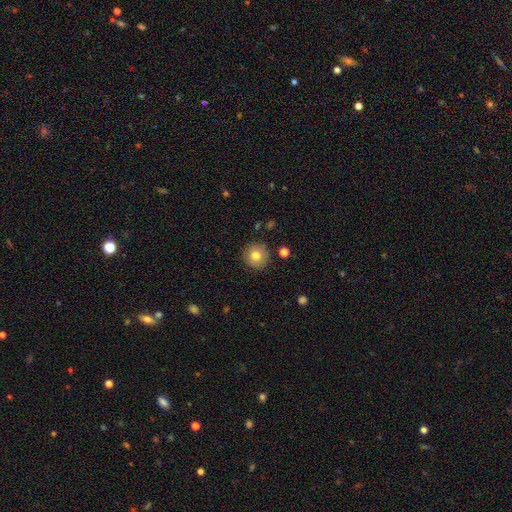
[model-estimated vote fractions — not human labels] smooth_or_featured: smooth (p=0.79) [alt: featured or disk p=0.11]
how_rounded: round (p=0.95) [alt: in between p=0.04]
merging: none (p=0.89) [alt: minor disturbance p=0.07]